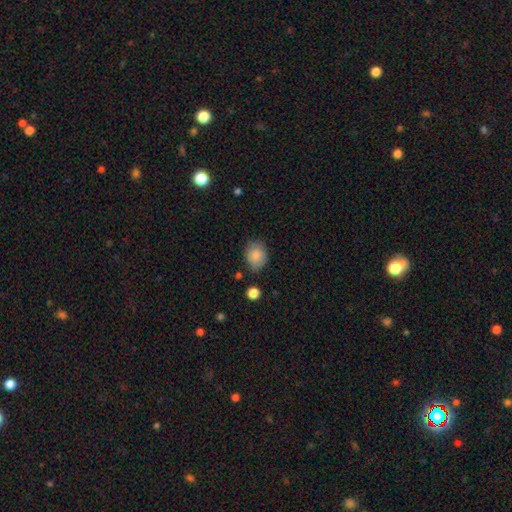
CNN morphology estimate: smooth-or-featured: smooth: 84% | featured or disk: 8% | star or artifact: 8%
  how-rounded: in between: 50% | round: 49% | cigar-shaped: 1%
  merging: none: 71% | minor disturbance: 21% | major disturbance: 5% | merger: 3%